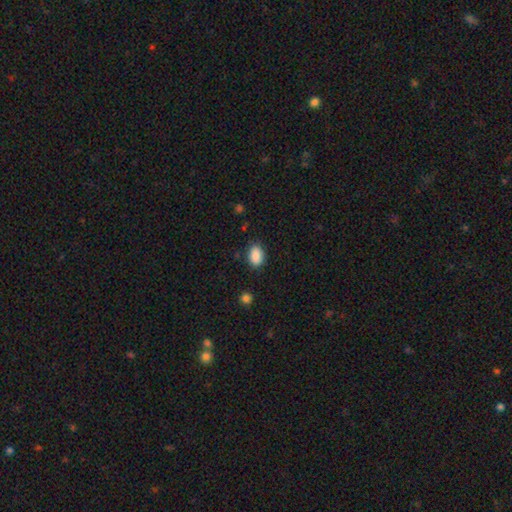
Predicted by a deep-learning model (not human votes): Smooth or featured? smooth (89%)
How rounded? in between (84%)
Merging? none (83%)